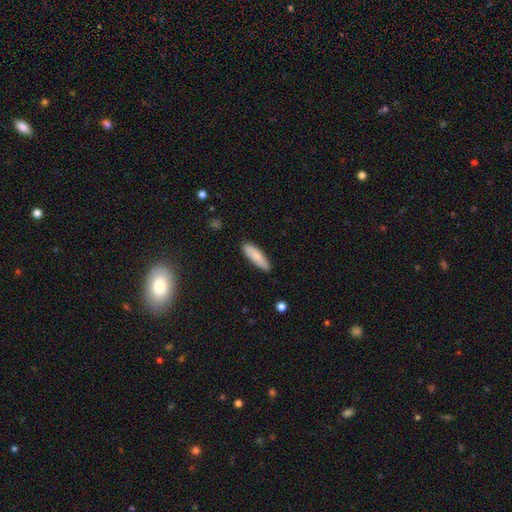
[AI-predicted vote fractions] smooth_or_featured: smooth (p=0.79) [alt: featured or disk p=0.15]
how_rounded: cigar-shaped (p=0.61) [alt: in between p=0.37]
merging: none (p=0.87) [alt: minor disturbance p=0.10]